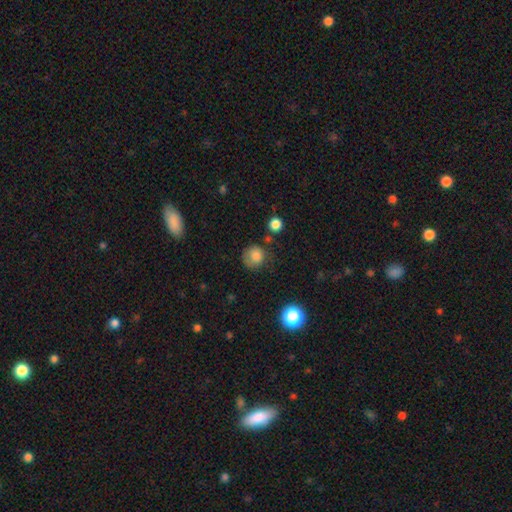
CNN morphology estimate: Overall: smooth (79%). How rounded: round (84%). Merging: none (59%; minor disturbance 25%).